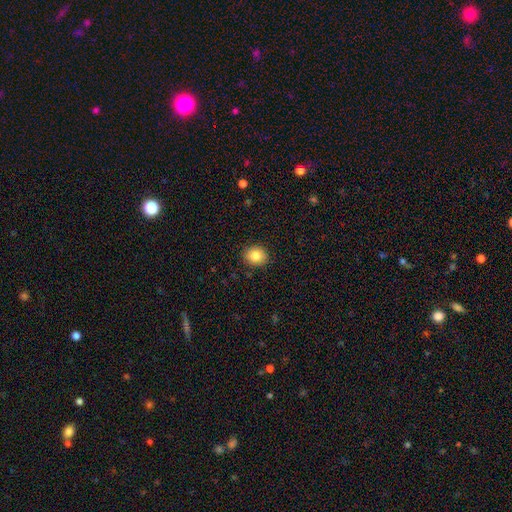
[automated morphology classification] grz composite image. It shows a smooth galaxy with no disk features (83%) that is round (74%). Merging: none (90%).